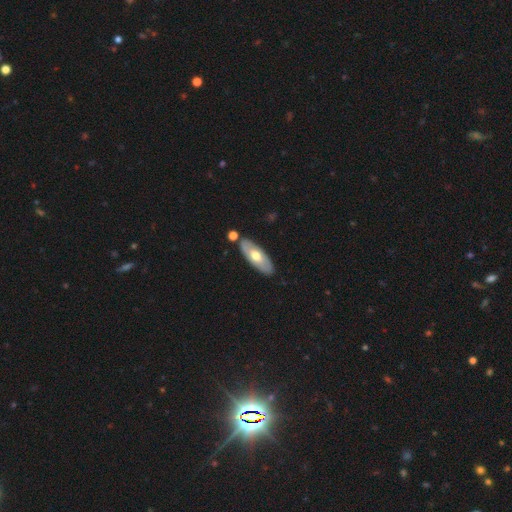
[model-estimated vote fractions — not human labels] A smooth galaxy with no disk features (48%). Merging: none (82%).